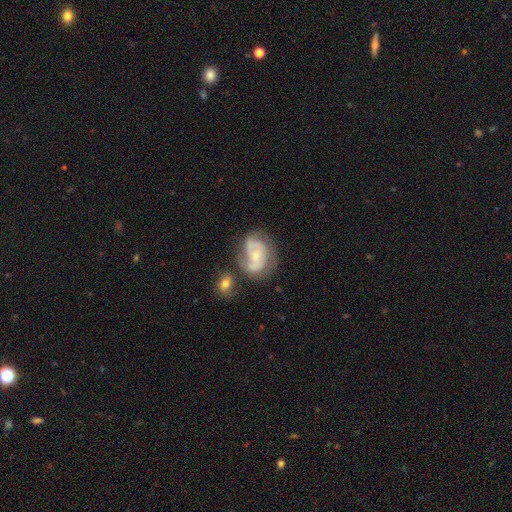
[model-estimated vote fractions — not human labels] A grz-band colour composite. It shows a featured or disk galaxy (76%) with no bar (62%), 2 (52%) medium (44%) spiral arms (89%) and a small central bulge (58%). Merging: none (49%).